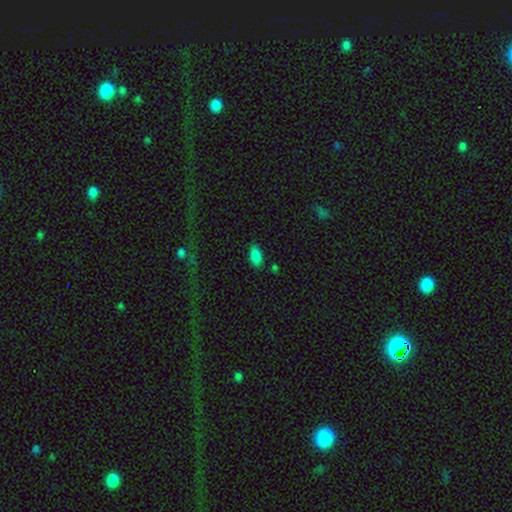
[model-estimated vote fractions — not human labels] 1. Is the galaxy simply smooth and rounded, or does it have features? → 86% smooth, 10% star or artifact, 5% featured or disk.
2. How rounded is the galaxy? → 92% in between, 5% cigar-shaped, 3% round.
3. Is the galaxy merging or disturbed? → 83% none, 12% minor disturbance, 3% merger, 3% major disturbance.